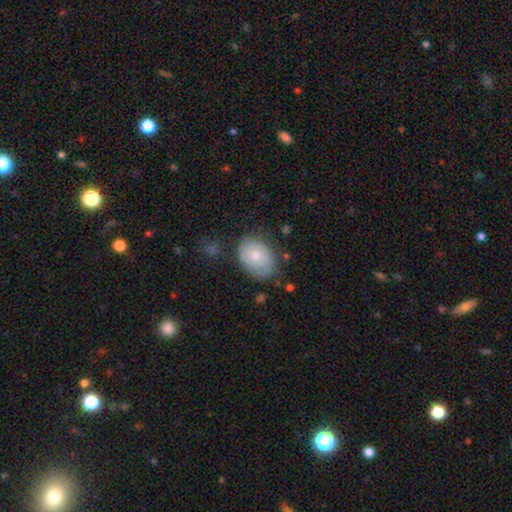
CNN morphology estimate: A smooth galaxy with no disk features (60%) that is in between round and cigar-shaped (75%). Merging: none (69%).